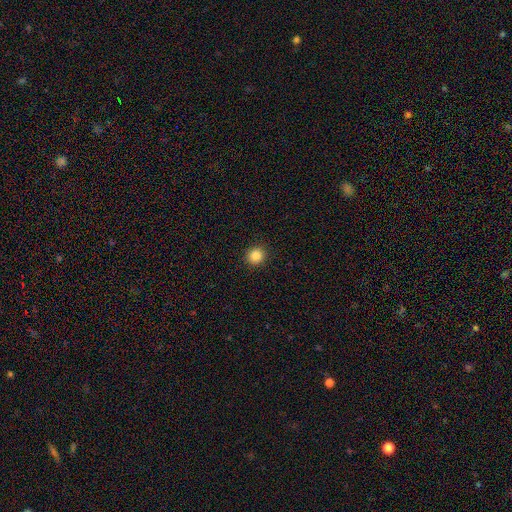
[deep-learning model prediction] Smooth or featured? Predicted: smooth (p=0.86). How rounded? Predicted: round (p=0.91). Merging? Predicted: none (p=0.92).